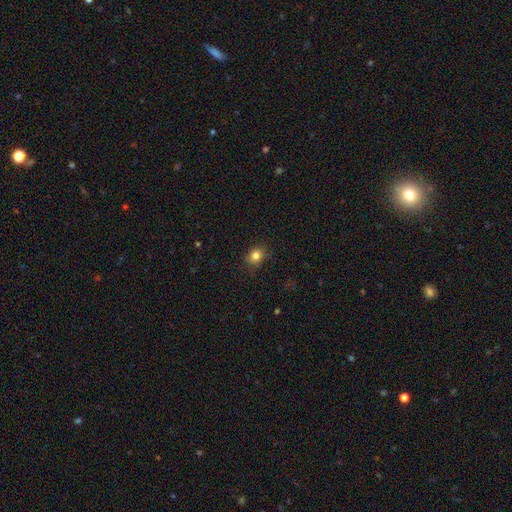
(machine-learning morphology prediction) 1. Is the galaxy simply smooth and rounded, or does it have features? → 82% smooth, 12% star or artifact, 6% featured or disk.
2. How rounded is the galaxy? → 60% round, 39% in between, 1% cigar-shaped.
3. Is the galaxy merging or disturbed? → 84% none, 12% minor disturbance, 3% major disturbance, 1% merger.